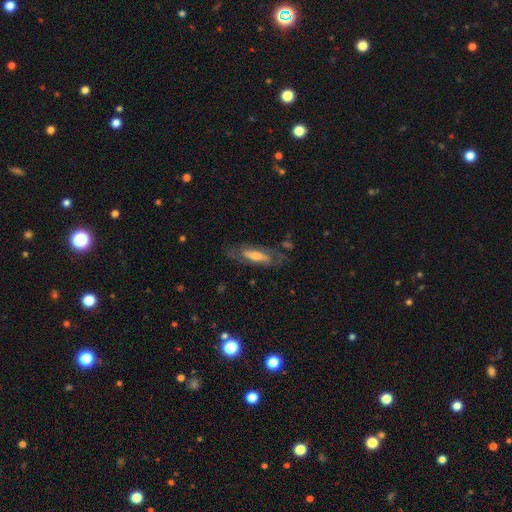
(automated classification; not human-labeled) Smooth or featured? featured or disk (57%)
Edge-on disk? no (62%)
Merging? none (68%)